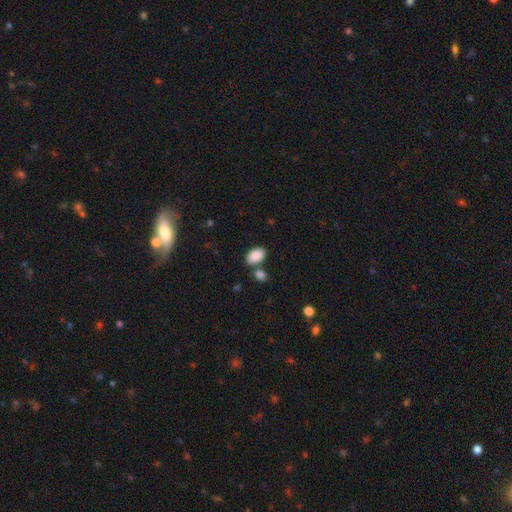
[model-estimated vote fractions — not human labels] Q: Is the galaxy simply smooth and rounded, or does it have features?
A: smooth — 88%.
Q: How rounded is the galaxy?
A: in between — 90%.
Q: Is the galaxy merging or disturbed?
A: none — 66%.